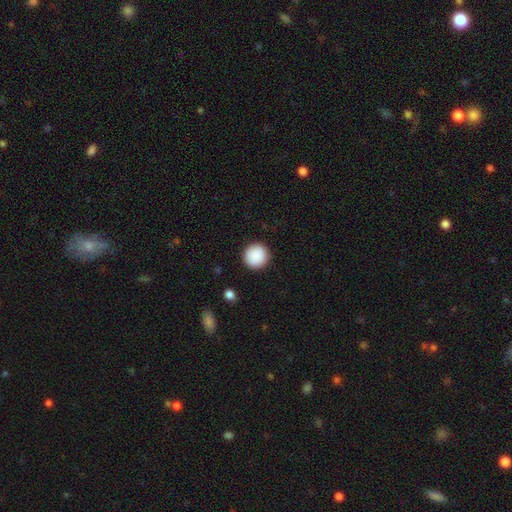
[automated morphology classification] A smooth galaxy with no disk features (90%) that is round (95%).

Vote fractions:
- Smooth or featured? smooth: 90% / star or artifact: 7% / featured or disk: 3%
- How rounded? round: 95% / in between: 4% / cigar-shaped: 1%
- Merging? none: 92% / minor disturbance: 5% / major disturbance: 2% / merger: 1%